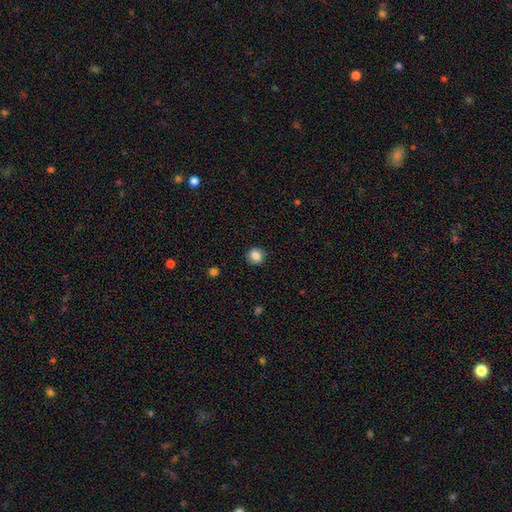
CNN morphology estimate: Smooth or featured: smooth — 86% (star or artifact — 10%)
How rounded: round — 89% (in between — 10%)
Merging: none — 91% (minor disturbance — 6%)